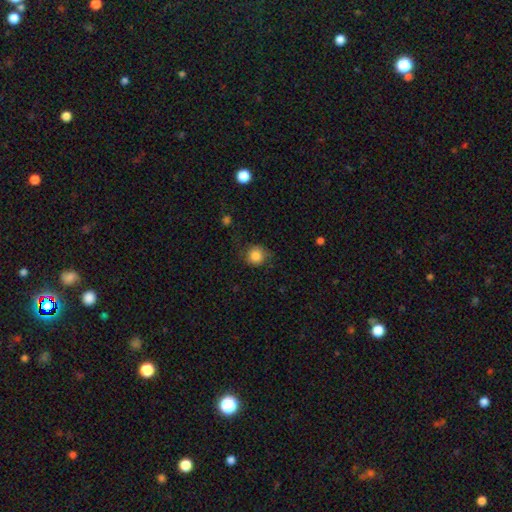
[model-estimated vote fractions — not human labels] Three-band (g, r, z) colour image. It shows a smooth galaxy with no disk features (83%) that is round (87%). Merging: none (71%).